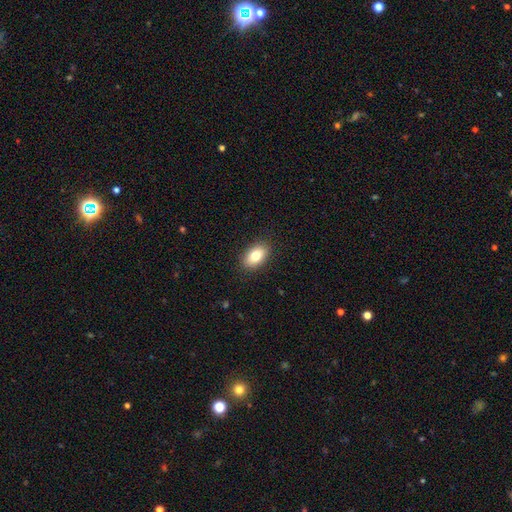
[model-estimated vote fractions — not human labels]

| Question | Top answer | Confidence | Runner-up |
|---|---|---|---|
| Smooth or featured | smooth | 81% | featured or disk (11%) |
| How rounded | in between | 91% | round (7%) |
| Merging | none | 89% | minor disturbance (8%) |